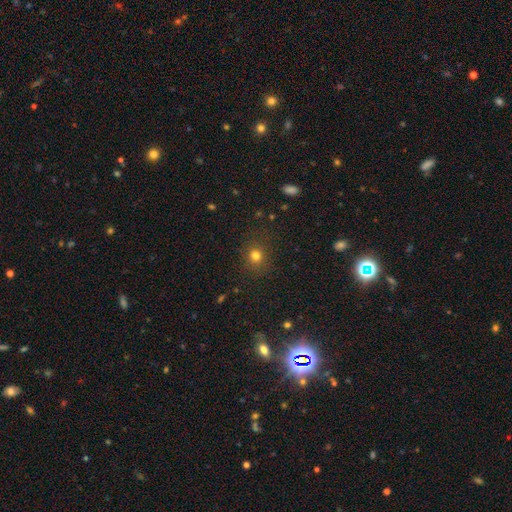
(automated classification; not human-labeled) A smooth galaxy with no disk features (77%) that is round (81%).

Vote fractions:
- Smooth or featured? smooth: 77% / star or artifact: 17% / featured or disk: 7%
- How rounded? round: 81% / in between: 18% / cigar-shaped: 1%
- Merging? none: 86% / minor disturbance: 9% / major disturbance: 4% / merger: 1%